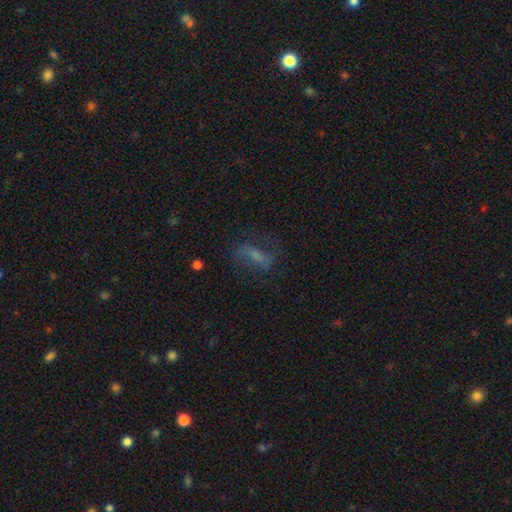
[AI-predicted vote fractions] Smooth or featured: featured or disk — 44% (smooth — 39%)
Merging: none — 62% (minor disturbance — 19%)